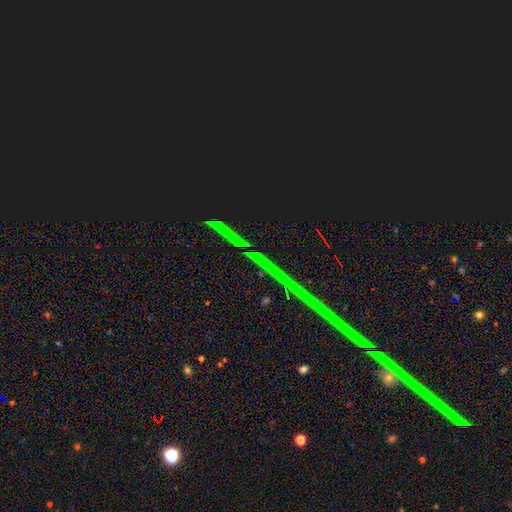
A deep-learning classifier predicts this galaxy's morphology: Smooth or featured?
  - star or artifact: 86% *
  - featured or disk: 8%
  - smooth: 6%